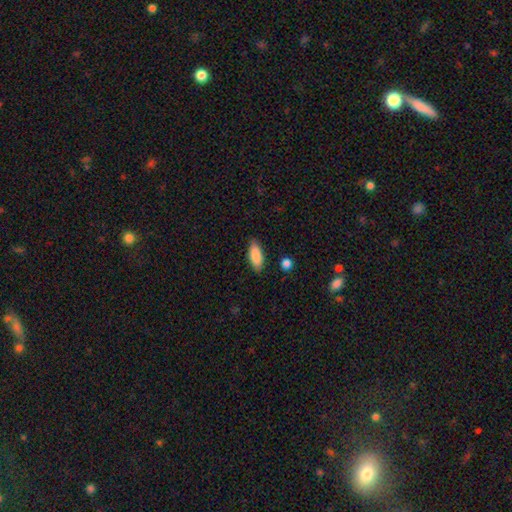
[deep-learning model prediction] Smooth or featured: smooth — 87% (featured or disk — 7%)
How rounded: in between — 79% (cigar-shaped — 18%)
Merging: none — 86% (minor disturbance — 10%)